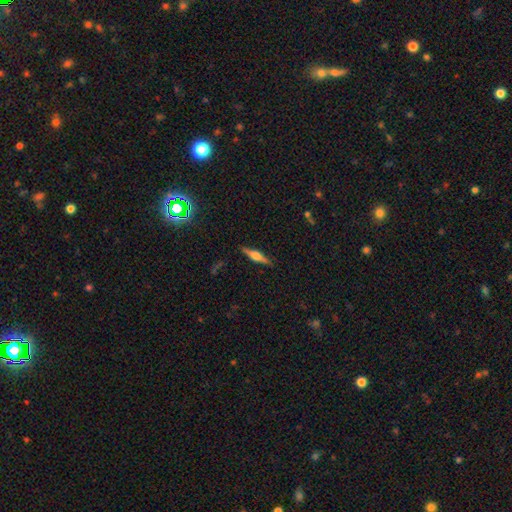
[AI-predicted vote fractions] Smooth or featured? Predicted: featured or disk (p=0.70). Edge-on disk? Predicted: yes (p=0.97). Edge-on bulge? Predicted: rounded (p=0.85). Merging? Predicted: none (p=0.89).